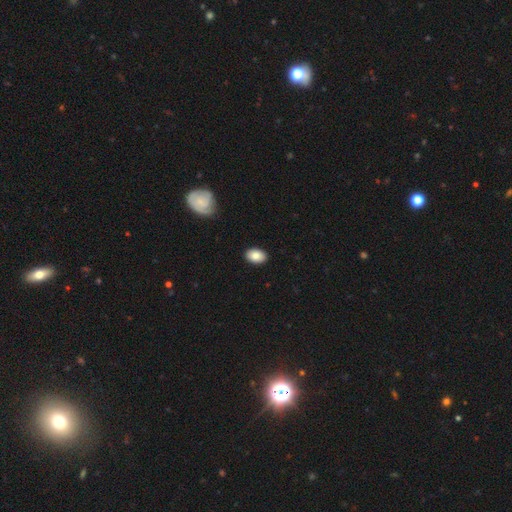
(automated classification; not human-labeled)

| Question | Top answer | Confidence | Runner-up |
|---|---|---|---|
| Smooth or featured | smooth | 84% | featured or disk (8%) |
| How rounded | in between | 86% | round (13%) |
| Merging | none | 89% | minor disturbance (8%) |